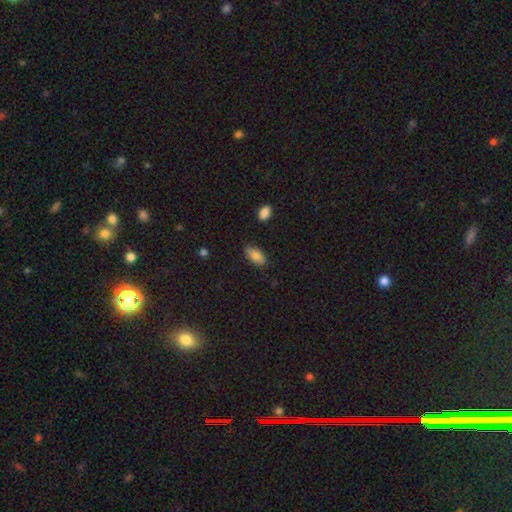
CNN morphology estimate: type=smooth (83%); roundness=in between (90%); merging=none (84%).